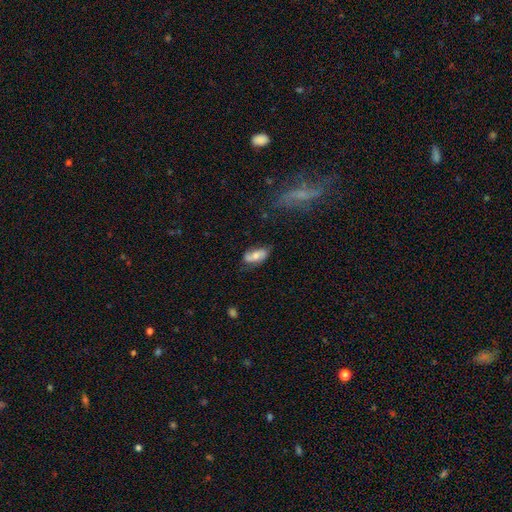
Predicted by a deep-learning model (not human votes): The model was most divided on "smooth or featured": smooth: 53%, featured or disk: 40%, star or artifact: 8%. More confident: how rounded — in between (87%); merging — none (60%).